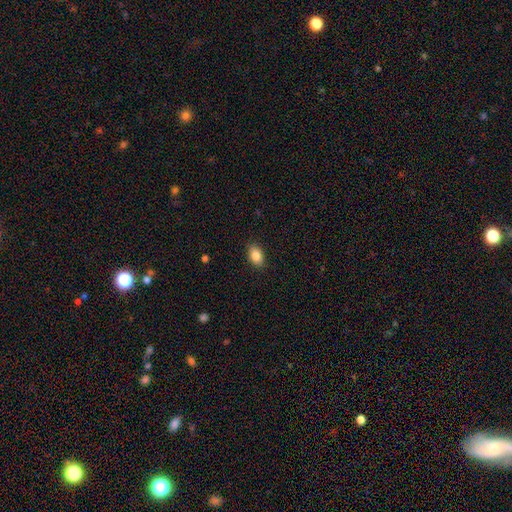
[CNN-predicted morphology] smooth-or-featured: smooth: 86% | star or artifact: 8% | featured or disk: 6%
  how-rounded: in between: 84% | round: 15% | cigar-shaped: 1%
  merging: none: 88% | minor disturbance: 9% | major disturbance: 2% | merger: 1%